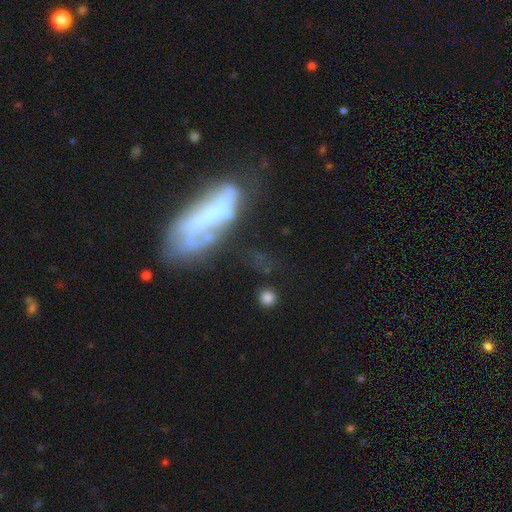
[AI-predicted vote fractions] This appears to be a featured or disk galaxy (51%). Merging: none (43%).